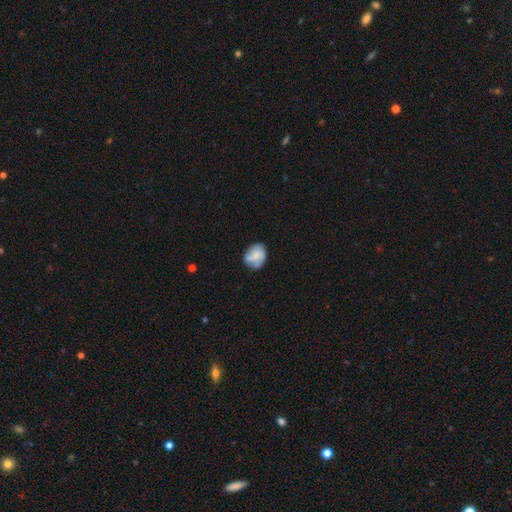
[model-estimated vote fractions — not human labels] Smooth or featured: smooth — 49% (featured or disk — 44%)
Merging: none — 63% (minor disturbance — 25%)